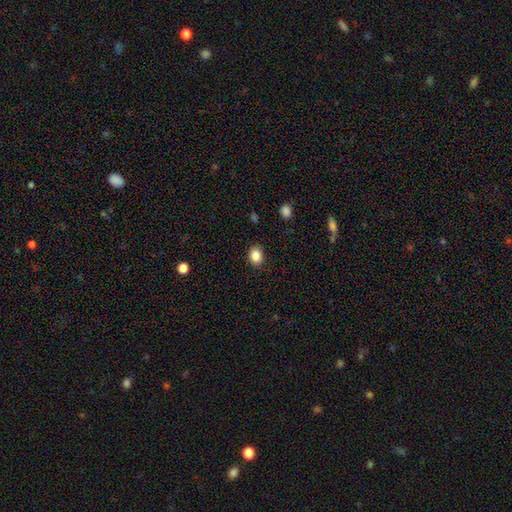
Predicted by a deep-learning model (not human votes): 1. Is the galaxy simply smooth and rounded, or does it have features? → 86% smooth, 10% star or artifact, 4% featured or disk.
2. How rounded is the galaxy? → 56% in between, 43% round, 1% cigar-shaped.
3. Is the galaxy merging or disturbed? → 88% none, 9% minor disturbance, 2% major disturbance, 1% merger.